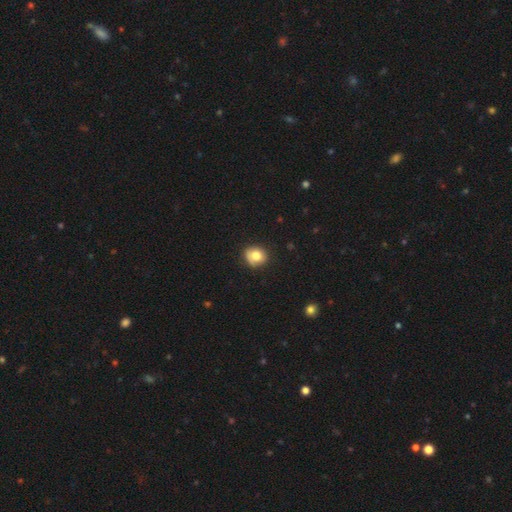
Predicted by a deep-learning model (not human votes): Morphology: type=smooth (78%); roundness=round (72%); merging=none (74%).